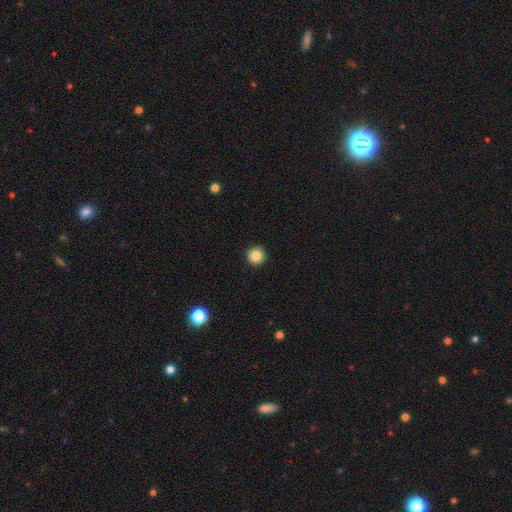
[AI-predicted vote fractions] Smooth or featured? smooth (85%)
How rounded? round (96%)
Merging? none (93%)